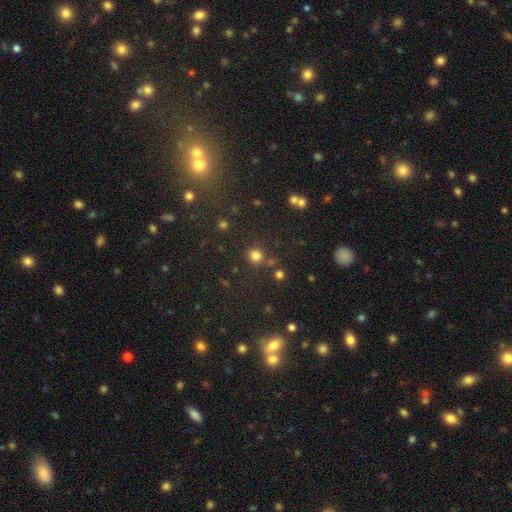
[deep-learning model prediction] Smooth or featured? Predicted: smooth (p=0.79). How rounded? Predicted: round (p=0.91). Merging? Predicted: none (p=0.79).